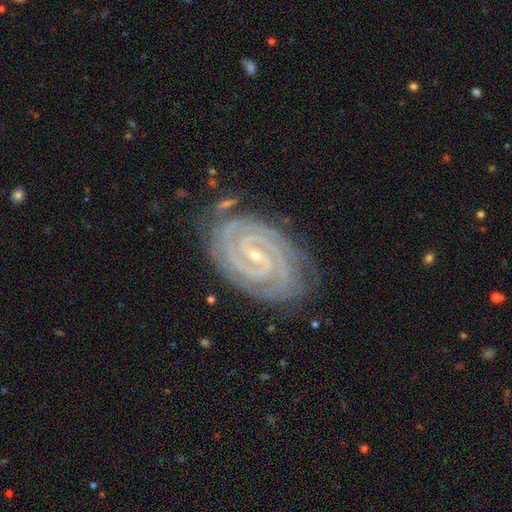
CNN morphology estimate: smooth-or-featured: featured or disk: 93% | star or artifact: 5% | smooth: 2%
  disk-edge-on: no: 98% | yes: 2%
    bar: weak: 42% | strong: 30% | no: 28%
    has-spiral-arms: yes: 99% | no: 1%
      spiral-winding: tight: 86% | medium: 13% | loose: 2%
      spiral-arm-count: 2: 66% | 3: 14% | 4: 6% | can't tell: 5% | more than 4: 4% | 1: 4%
    bulge-size: small: 82% | moderate: 15% | none: 1% | large: 1% | dominant: 1%
  merging: none: 81% | minor disturbance: 14% | major disturbance: 3% | merger: 2%